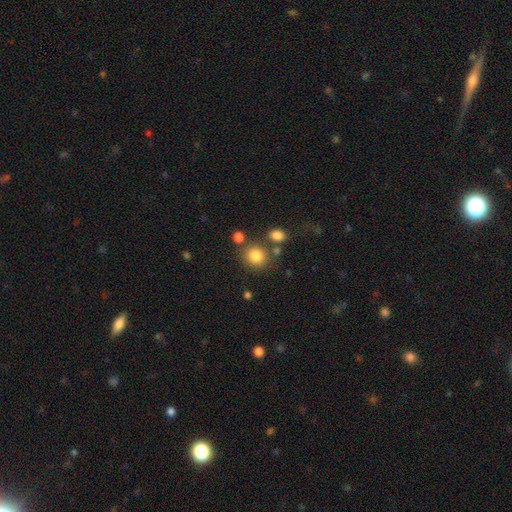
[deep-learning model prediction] A smooth galaxy with no disk features (82%) that is round (82%).

Vote fractions:
- Smooth or featured? smooth: 82% / star or artifact: 11% / featured or disk: 6%
- How rounded? round: 82% / in between: 17% / cigar-shaped: 1%
- Merging? none: 72% / merger: 12% / minor disturbance: 11% / major disturbance: 5%